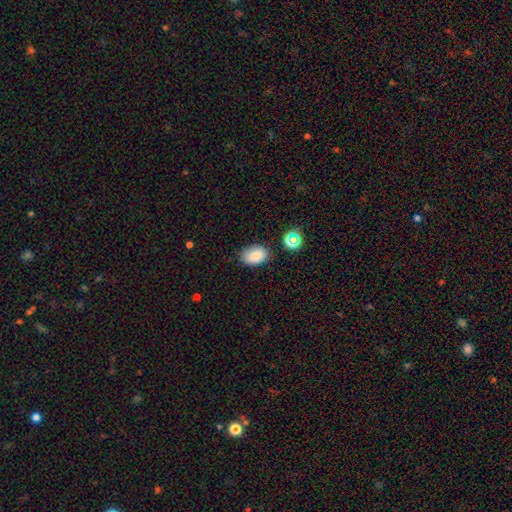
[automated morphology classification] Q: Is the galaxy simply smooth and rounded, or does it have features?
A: smooth — 81%.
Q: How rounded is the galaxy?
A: in between — 84%.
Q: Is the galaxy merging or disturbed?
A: none — 76%.